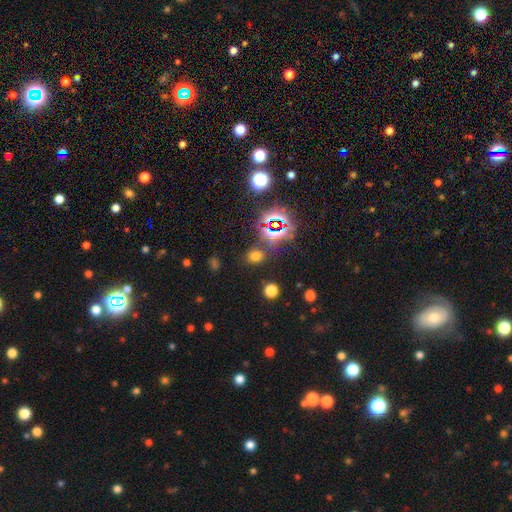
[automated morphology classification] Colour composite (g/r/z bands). It shows a smooth galaxy with no disk features (56%) that is round (56%). Merging: none (79%).